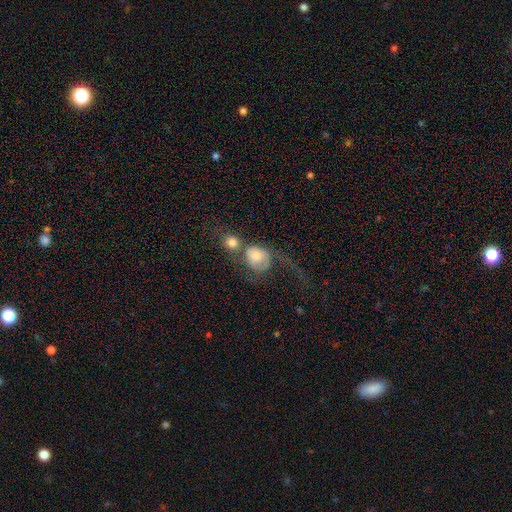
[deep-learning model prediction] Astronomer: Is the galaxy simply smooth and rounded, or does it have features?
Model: smooth — 57% (runner-up: featured or disk, 34%).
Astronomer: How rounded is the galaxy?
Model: round — 73%.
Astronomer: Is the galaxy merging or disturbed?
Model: merger — 62%.